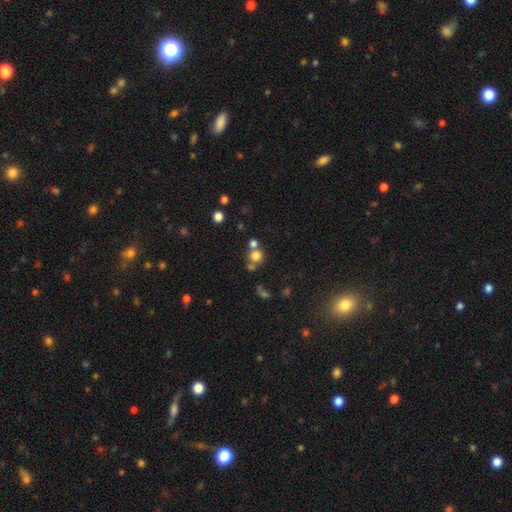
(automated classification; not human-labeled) Q: Smooth or featured?
A: smooth (74%); runner-up: star or artifact (16%)
Q: How rounded?
A: round (88%); runner-up: in between (11%)
Q: Merging?
A: none (55%); runner-up: merger (33%)